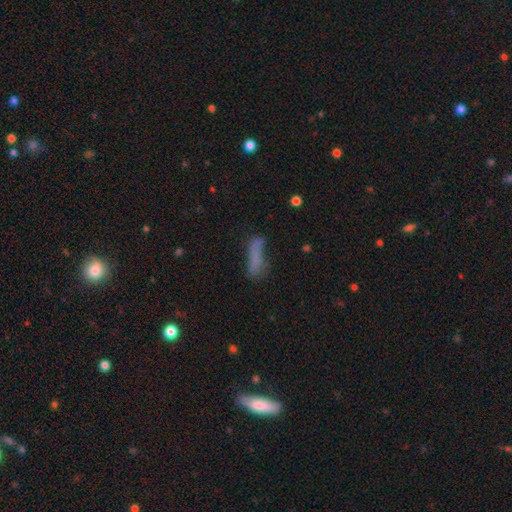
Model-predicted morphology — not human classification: This is likely a smooth galaxy (69%). How rounded: likely cigar-shaped (62%). Merging: possibly none (48%).